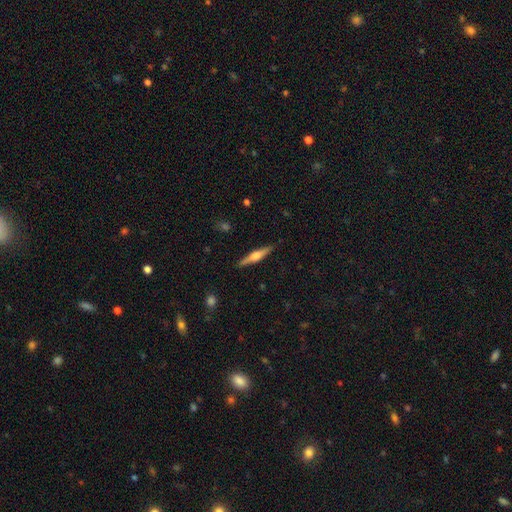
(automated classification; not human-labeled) featured or disk 66%, smooth 28%, star or artifact 6%. Down the decision tree: edge-on disk — yes (98%); edge-on bulge — rounded (85%); merging — none (89%).